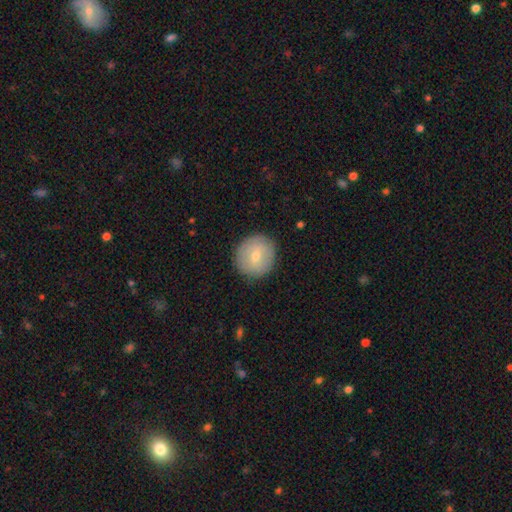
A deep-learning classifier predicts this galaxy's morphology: Smooth or featured? Predicted: smooth (p=0.67). How rounded? Predicted: round (p=0.91). Merging? Predicted: none (p=0.88).